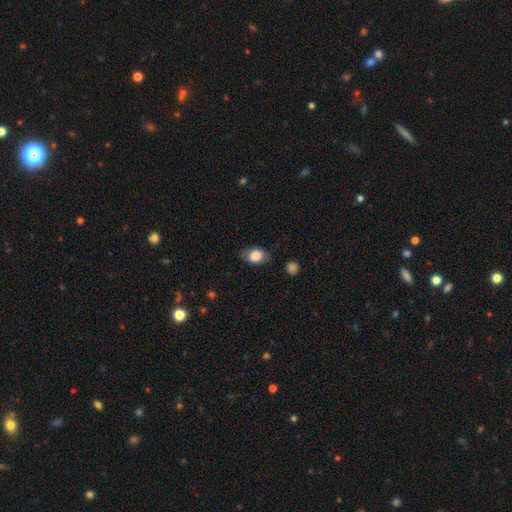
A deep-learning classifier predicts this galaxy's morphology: The model was most divided on "how rounded": in between: 77%, round: 21%, cigar-shaped: 1%. More confident: smooth or featured — smooth (80%); merging — none (79%).